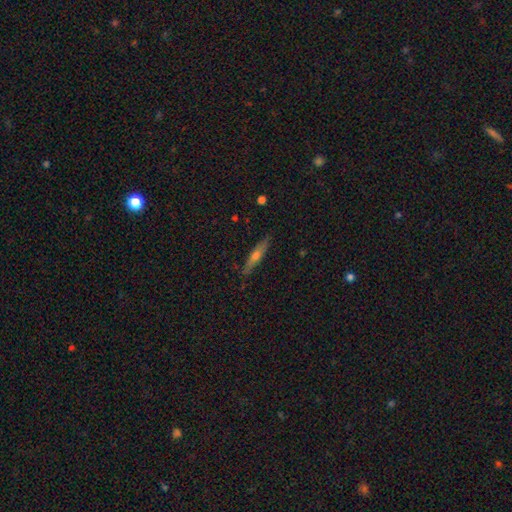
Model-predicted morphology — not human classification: featured or disk 50%, smooth 43%, star or artifact 7%. Down the decision tree: merging — none (87%).